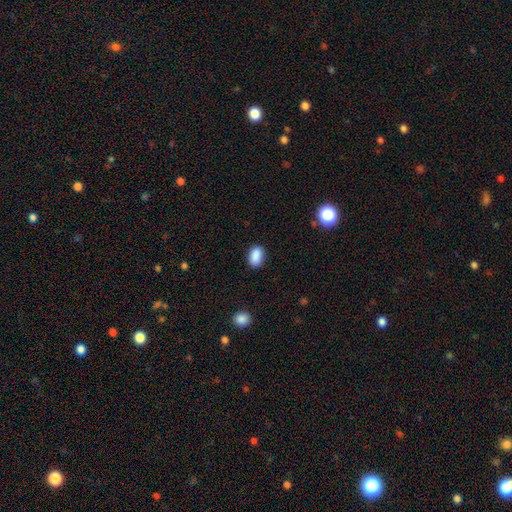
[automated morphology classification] This is clearly a smooth galaxy (89%). How rounded: clearly in between (86%). Merging: clearly none (84%).